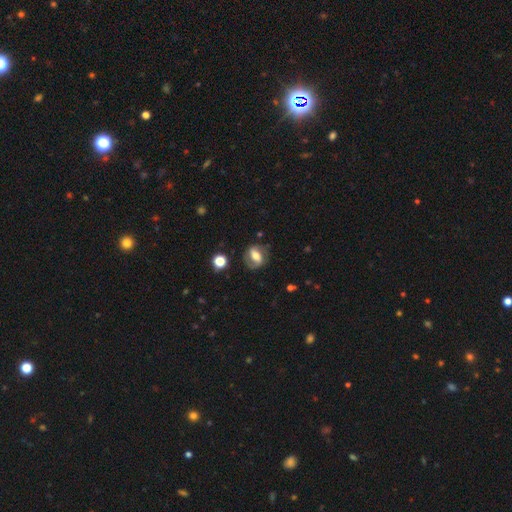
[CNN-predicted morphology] A featured or disk galaxy (60%) with a strong bar (45%), spiral arms (74%) and a moderate central bulge (62%).

Vote fractions:
- Smooth or featured? featured or disk: 60% / smooth: 32% / star or artifact: 8%
- Edge-on disk? no: 93% / yes: 7%
- Bar? strong: 45% / weak: 35% / no: 20%
- Spiral arms? yes: 74% / no: 26%
- Bulge size? moderate: 62% / large: 19% / small: 15% / dominant: 2% / none: 2%
- Merging? none: 73% / minor disturbance: 17% / major disturbance: 8% / merger: 2%